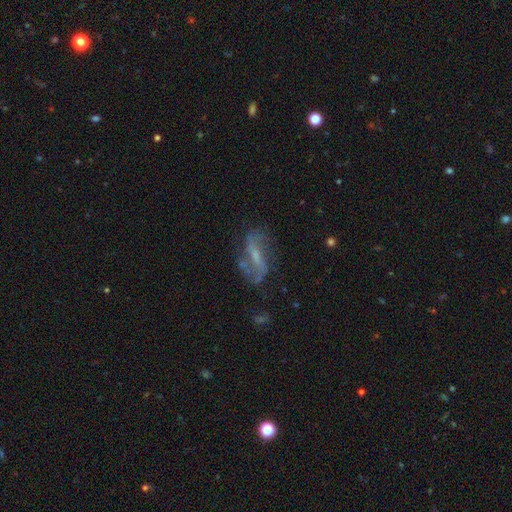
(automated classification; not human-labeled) featured or disk 73%, smooth 18%, star or artifact 9%. Down the decision tree: edge-on disk — no (89%); bar — weak (41%); spiral arms — yes (84%); spiral arm count — 2 (81%); spiral winding — loose (58%); bulge size — small (49%); merging — none (61%).